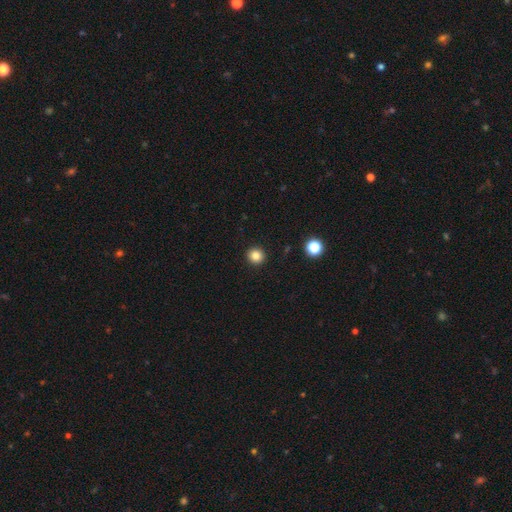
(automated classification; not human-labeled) A smooth galaxy with no disk features (83%) that is round (93%).

Vote fractions:
- Smooth or featured? smooth: 83% / star or artifact: 12% / featured or disk: 5%
- How rounded? round: 93% / in between: 6% / cigar-shaped: 1%
- Merging? none: 93% / minor disturbance: 4% / major disturbance: 2% / merger: 1%